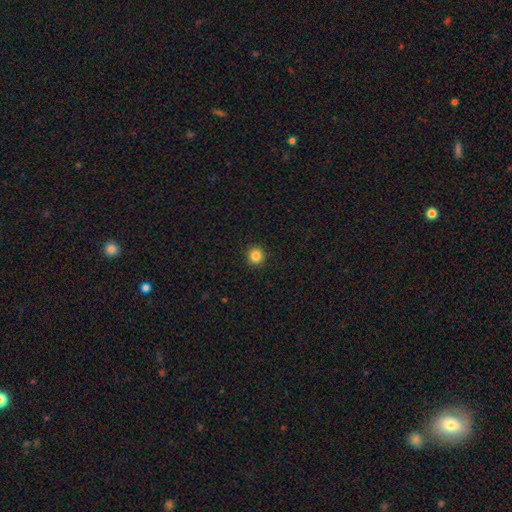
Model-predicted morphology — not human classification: smooth-or-featured: smooth: 85% | star or artifact: 11% | featured or disk: 4%
  how-rounded: round: 95% | in between: 4% | cigar-shaped: 1%
  merging: none: 93% | minor disturbance: 5% | major disturbance: 2% | merger: 1%